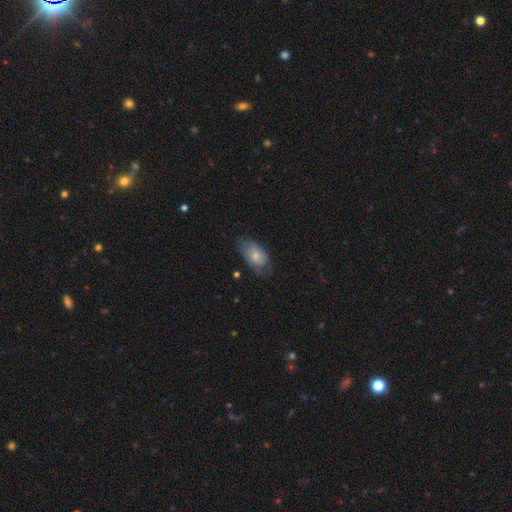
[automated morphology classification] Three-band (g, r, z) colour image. It shows a smooth galaxy with no disk features (66%) that is in between round and cigar-shaped (90%). Merging: none (55%).